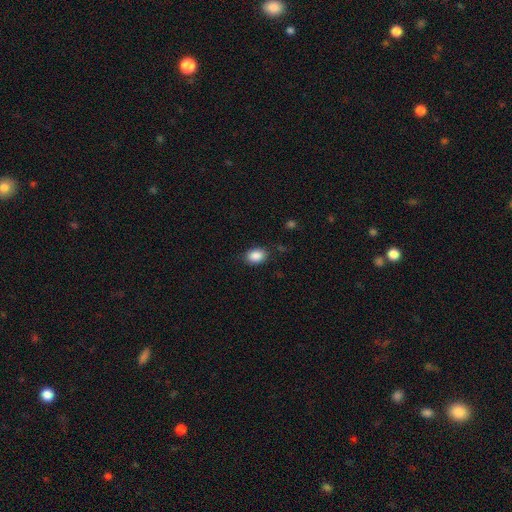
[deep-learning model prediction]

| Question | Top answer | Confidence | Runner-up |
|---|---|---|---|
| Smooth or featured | smooth | 88% | star or artifact (8%) |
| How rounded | in between | 73% | round (26%) |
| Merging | none | 83% | minor disturbance (12%) |